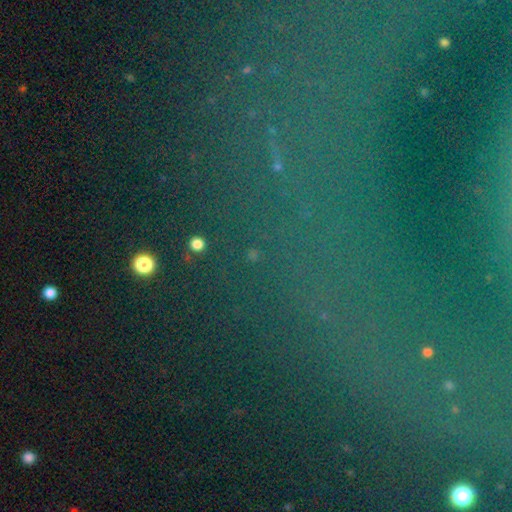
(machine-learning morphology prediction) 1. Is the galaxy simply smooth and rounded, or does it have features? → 71% star or artifact, 17% smooth, 12% featured or disk.